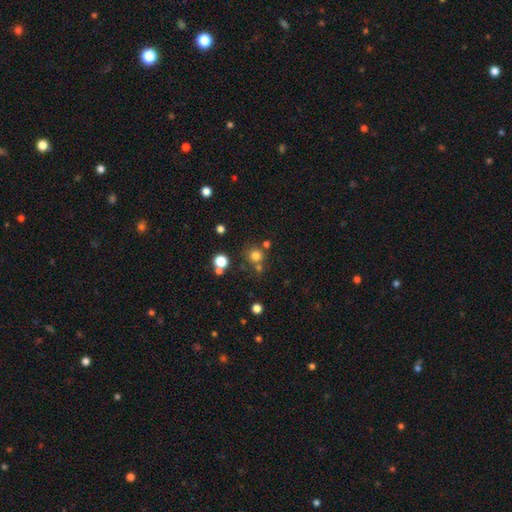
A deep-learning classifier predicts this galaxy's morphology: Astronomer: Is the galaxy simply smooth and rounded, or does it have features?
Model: smooth — 76%.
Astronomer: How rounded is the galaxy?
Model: round — 92%.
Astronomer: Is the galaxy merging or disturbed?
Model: none — 72%.